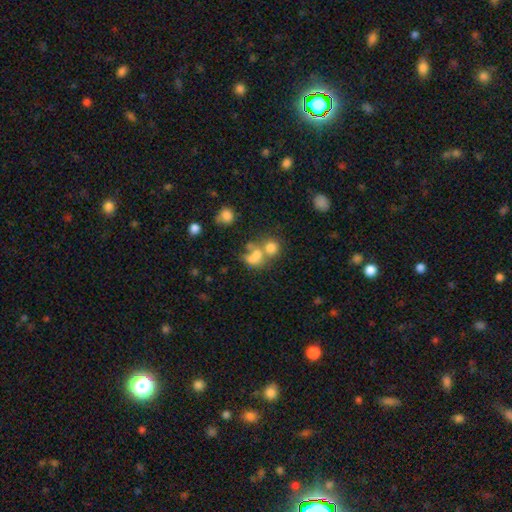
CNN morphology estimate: Smooth or featured: smooth — 65% (featured or disk — 19%)
How rounded: round — 58% (in between — 41%)
Merging: merger — 52% (none — 29%)